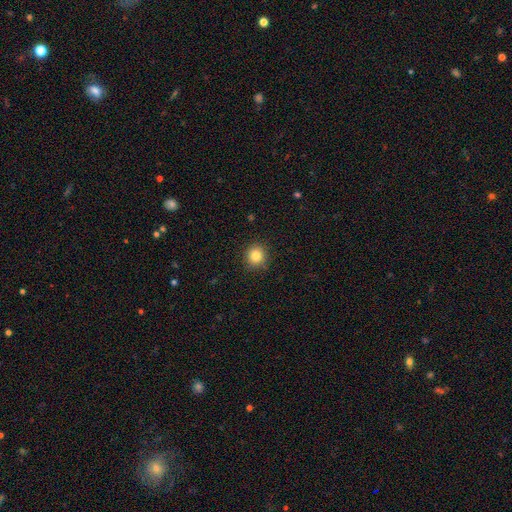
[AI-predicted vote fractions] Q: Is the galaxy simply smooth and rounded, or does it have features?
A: smooth — 84%.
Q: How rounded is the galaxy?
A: round — 90%.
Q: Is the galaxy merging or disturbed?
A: none — 90%.